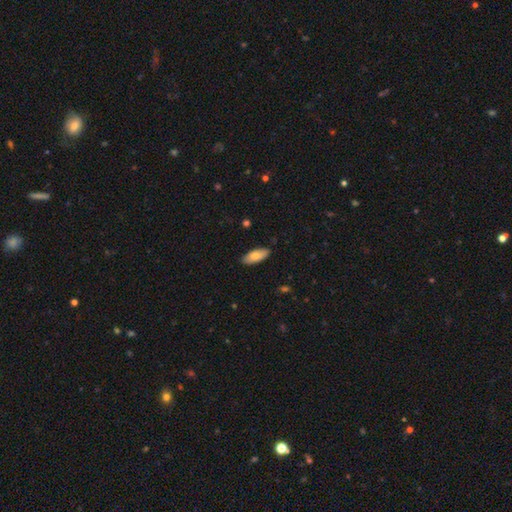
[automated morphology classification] A smooth galaxy with no disk features (79%) that is in between round and cigar-shaped (81%).

Vote fractions:
- Smooth or featured? smooth: 79% / featured or disk: 15% / star or artifact: 6%
- How rounded? in between: 81% / cigar-shaped: 17% / round: 2%
- Merging? none: 87% / minor disturbance: 11% / major disturbance: 2% / merger: 1%